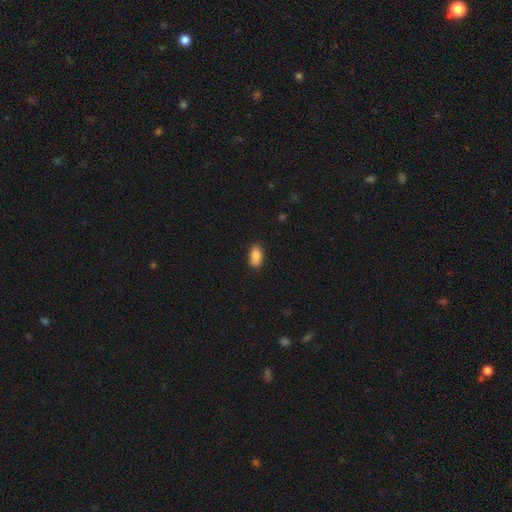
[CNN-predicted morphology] A smooth galaxy with no disk features (86%) that is in between round and cigar-shaped (91%). Merging: none (85%).